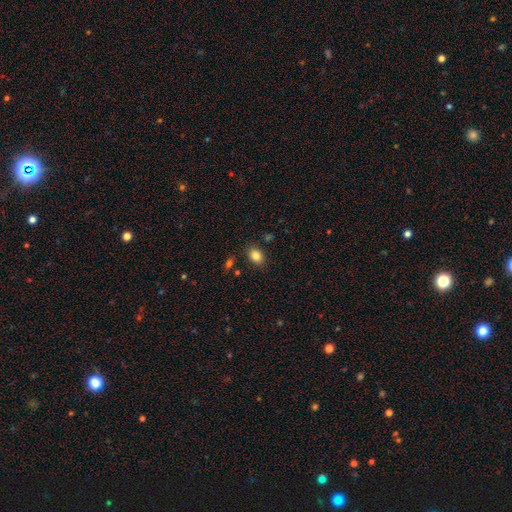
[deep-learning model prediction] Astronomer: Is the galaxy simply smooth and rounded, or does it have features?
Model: smooth — 84%.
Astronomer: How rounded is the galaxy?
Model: in between — 67%.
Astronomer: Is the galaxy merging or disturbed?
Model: none — 84%.